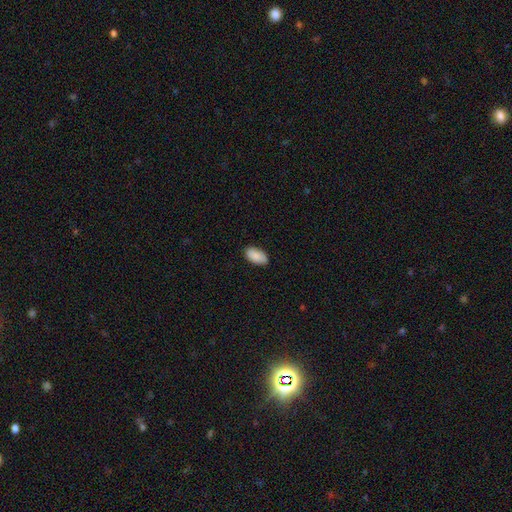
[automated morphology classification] This appears to be a smooth galaxy with no disk features (89%) that is in between round and cigar-shaped (95%). Merging: none (83%).